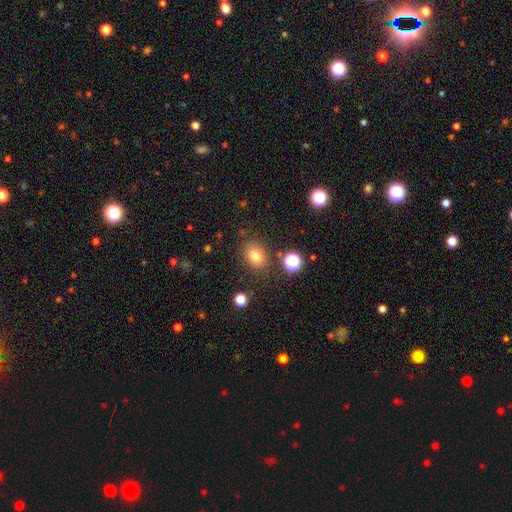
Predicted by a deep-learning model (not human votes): Smooth or featured? Predicted: smooth (p=0.78). How rounded? Predicted: round (p=0.50). Merging? Predicted: none (p=0.82).